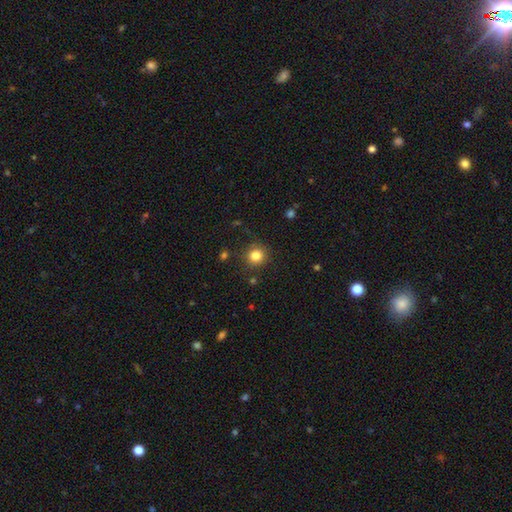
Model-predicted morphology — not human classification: Smooth or featured: smooth — 82% (star or artifact — 12%)
How rounded: round — 92% (in between — 7%)
Merging: none — 88% (minor disturbance — 8%)